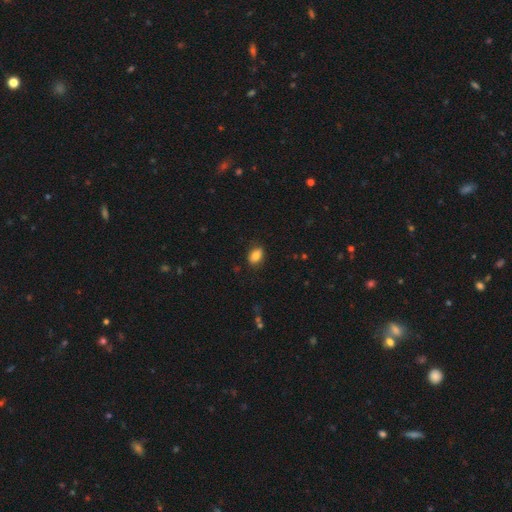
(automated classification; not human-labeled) Morphology: type=smooth (83%); roundness=in between (85%); merging=none (84%).